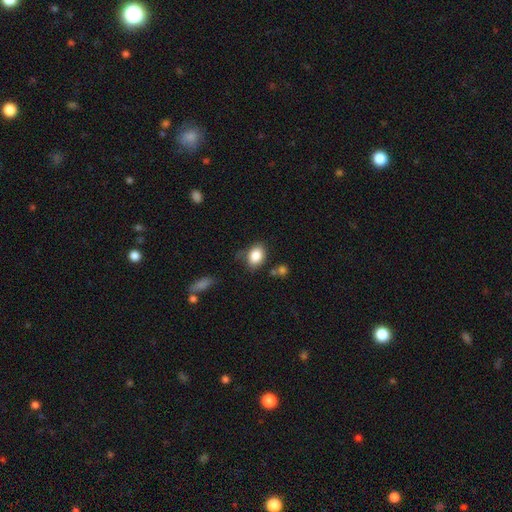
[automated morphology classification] A smooth galaxy with no disk features (84%) that is in between round and cigar-shaped (72%).

Vote fractions:
- Smooth or featured? smooth: 84% / star or artifact: 9% / featured or disk: 7%
- How rounded? in between: 72% / round: 26% / cigar-shaped: 1%
- Merging? none: 69% / minor disturbance: 20% / major disturbance: 6% / merger: 5%